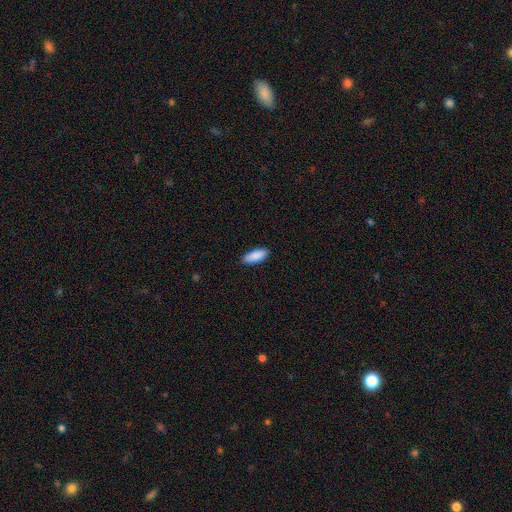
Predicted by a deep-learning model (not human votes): Smooth or featured?
  - smooth: 90% *
  - star or artifact: 6%
  - featured or disk: 4%
How rounded?
  - in between: 73% *
  - cigar-shaped: 25%
  - round: 2%
Merging?
  - none: 90% *
  - minor disturbance: 8%
  - major disturbance: 2%
  - merger: 1%